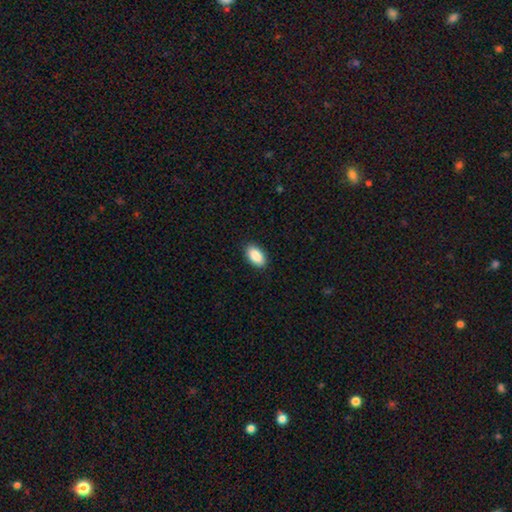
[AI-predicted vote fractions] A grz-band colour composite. It shows a smooth galaxy with no disk features (90%) that is in between round and cigar-shaped (94%). Merging: none (90%).